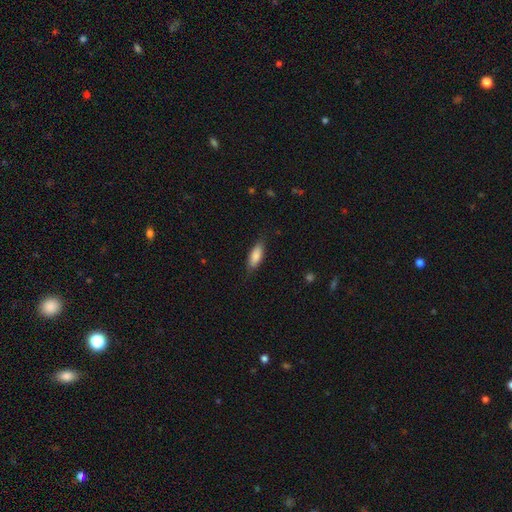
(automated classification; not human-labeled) A smooth galaxy with no disk features (84%) that is in between round and cigar-shaped (72%). Merging: none (81%).